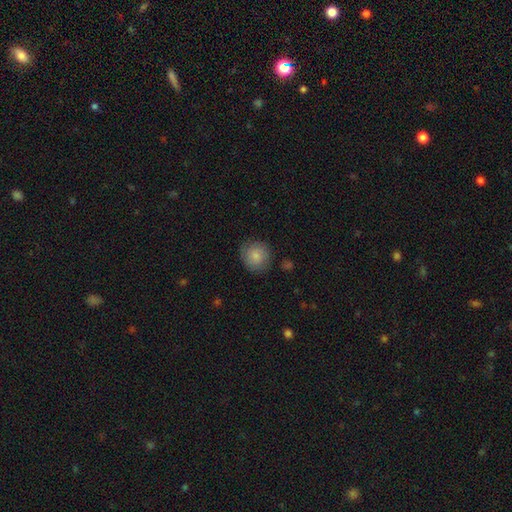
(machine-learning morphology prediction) Smooth or featured? smooth (79%)
How rounded? round (85%)
Merging? none (79%)